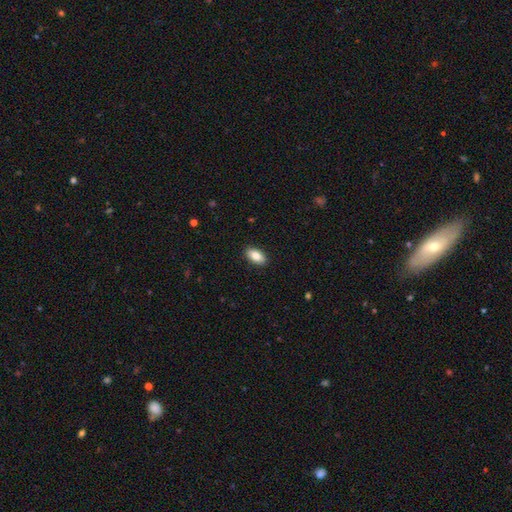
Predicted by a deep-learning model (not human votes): This is clearly a smooth galaxy (86%). How rounded: clearly in between (92%). Merging: clearly none (90%).